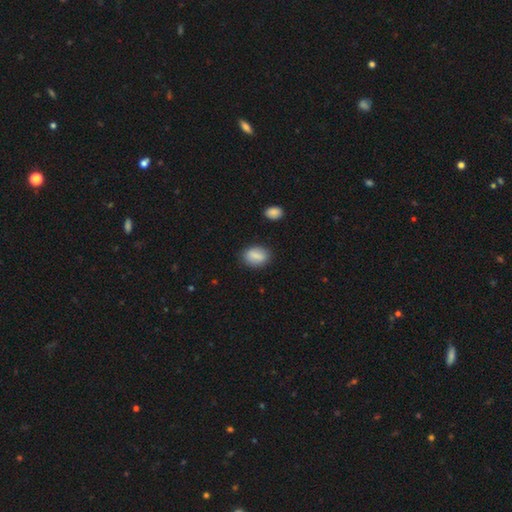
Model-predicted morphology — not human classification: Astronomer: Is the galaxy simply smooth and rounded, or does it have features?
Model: smooth — 84%.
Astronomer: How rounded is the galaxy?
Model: in between — 82%.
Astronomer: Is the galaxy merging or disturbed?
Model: none — 82%.